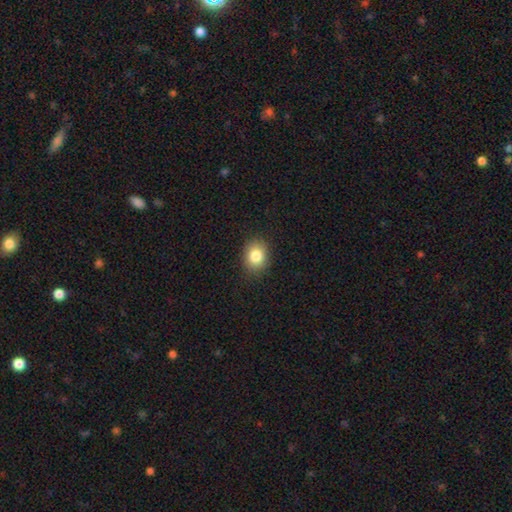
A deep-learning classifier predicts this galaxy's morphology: Overall: smooth (83%). How rounded: in between (53%; round 46%). Merging: none (87%).